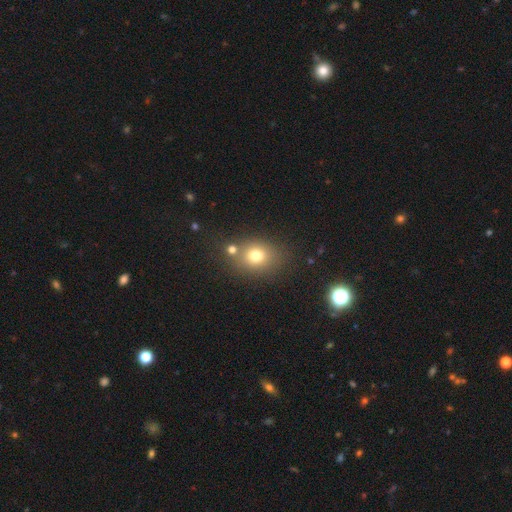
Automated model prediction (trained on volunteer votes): Overall: smooth (74%). How rounded: round (57%; in between 42%). Merging: none (68%).